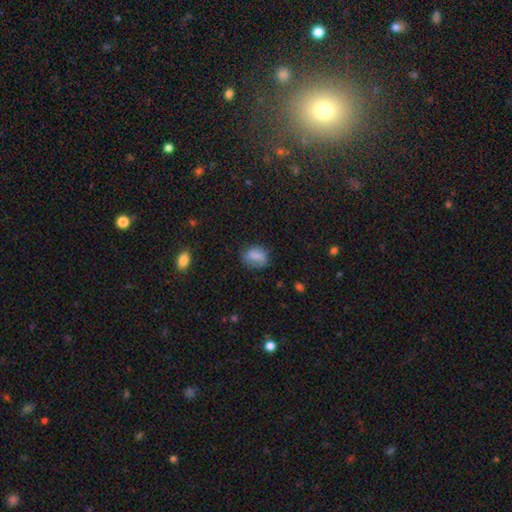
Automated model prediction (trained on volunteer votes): A smooth galaxy with no disk features (79%) that is in between round and cigar-shaped (69%).

Vote fractions:
- Smooth or featured? smooth: 79% / featured or disk: 11% / star or artifact: 10%
- How rounded? in between: 69% / round: 27% / cigar-shaped: 4%
- Merging? none: 65% / minor disturbance: 24% / major disturbance: 8% / merger: 3%